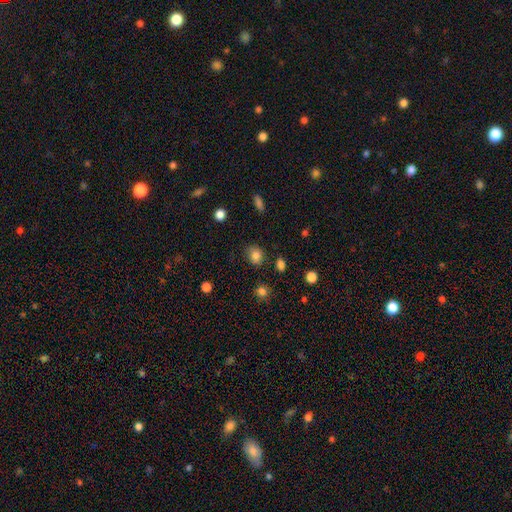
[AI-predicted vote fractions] Smooth or featured? smooth (82%)
How rounded? round (60%)
Merging? none (79%)